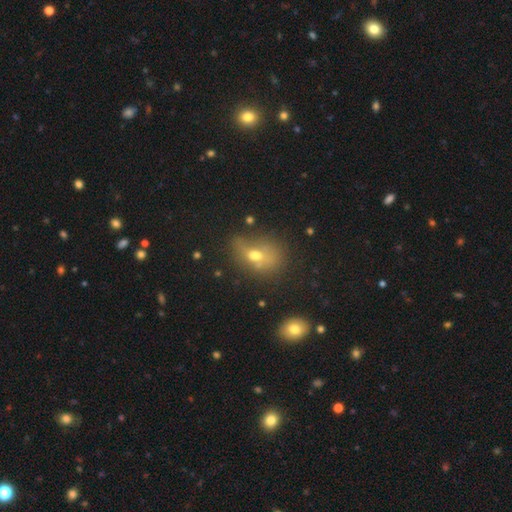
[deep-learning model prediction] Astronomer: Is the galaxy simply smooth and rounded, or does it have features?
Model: smooth — 58%.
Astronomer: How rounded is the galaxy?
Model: in between — 57% (runner-up: round, 40%).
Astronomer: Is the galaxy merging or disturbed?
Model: none — 45% (runner-up: minor disturbance, 22%).